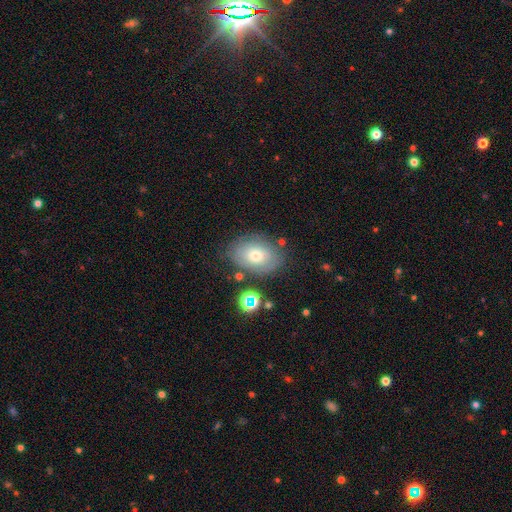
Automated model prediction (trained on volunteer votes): A smooth galaxy with no disk features (59%) that is in between round and cigar-shaped (76%).

Vote fractions:
- Smooth or featured? smooth: 59% / featured or disk: 31% / star or artifact: 11%
- How rounded? in between: 76% / round: 22% / cigar-shaped: 1%
- Merging? none: 71% / minor disturbance: 18% / major disturbance: 6% / merger: 4%